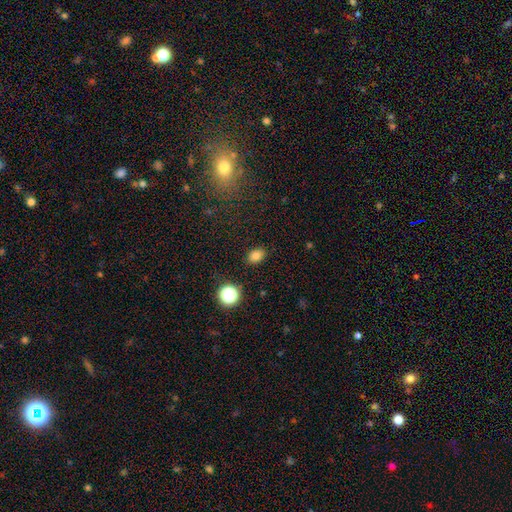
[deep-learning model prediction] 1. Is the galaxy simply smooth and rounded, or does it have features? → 81% smooth, 13% star or artifact, 6% featured or disk.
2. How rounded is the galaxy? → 72% in between, 27% round, 1% cigar-shaped.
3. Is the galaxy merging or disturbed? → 87% none, 9% minor disturbance, 3% major disturbance, 1% merger.